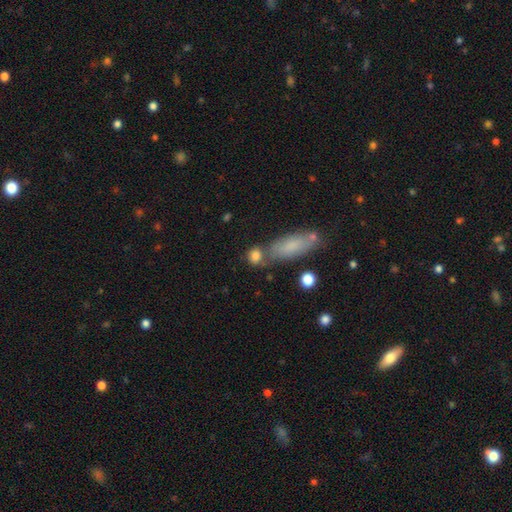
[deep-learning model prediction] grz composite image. It shows a smooth galaxy with no disk features (82%) that is round (49%). Merging: none (57%).